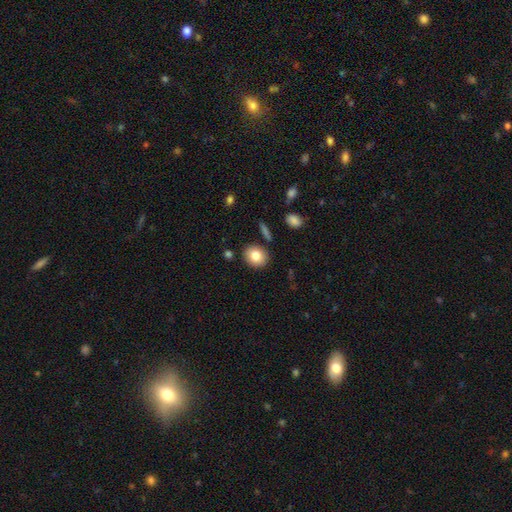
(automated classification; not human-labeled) Q: Smooth or featured?
A: smooth (82%); runner-up: featured or disk (10%)
Q: How rounded?
A: round (66%); runner-up: in between (33%)
Q: Merging?
A: none (85%); runner-up: minor disturbance (9%)